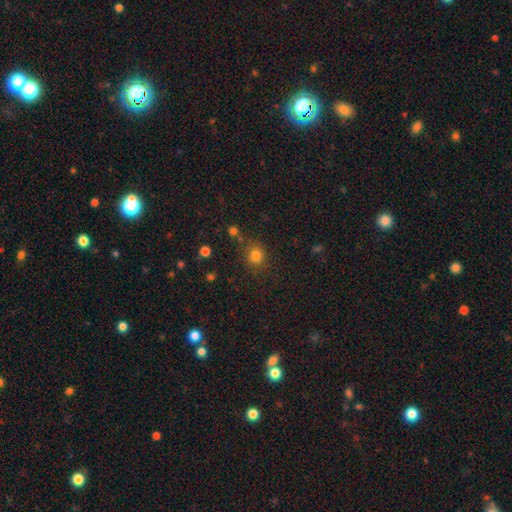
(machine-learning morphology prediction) The model was most divided on "smooth or featured": smooth: 80%, star or artifact: 14%, featured or disk: 6%. More confident: how rounded — round (84%); merging — none (78%).